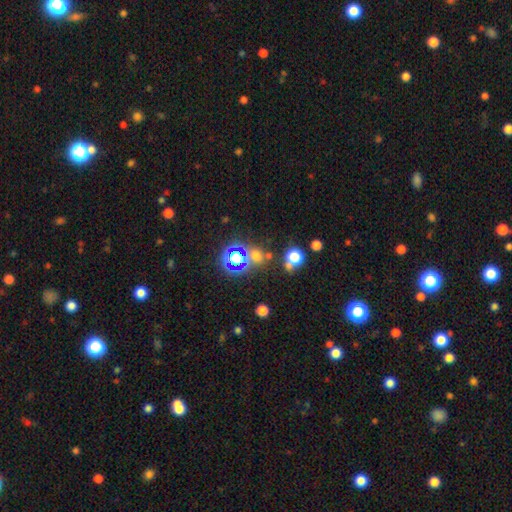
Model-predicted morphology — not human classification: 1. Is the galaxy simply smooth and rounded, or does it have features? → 45% smooth (tied), 45% star or artifact (tied), 10% featured or disk.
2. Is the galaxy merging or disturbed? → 64% none, 20% merger, 10% minor disturbance, 6% major disturbance.